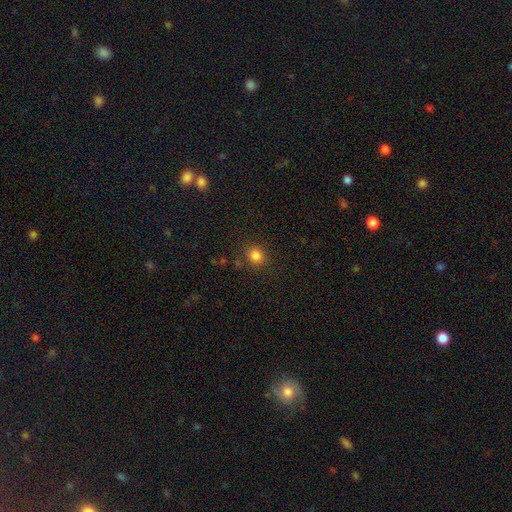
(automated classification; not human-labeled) A smooth galaxy with no disk features (83%) that is round (73%). Merging: none (86%).